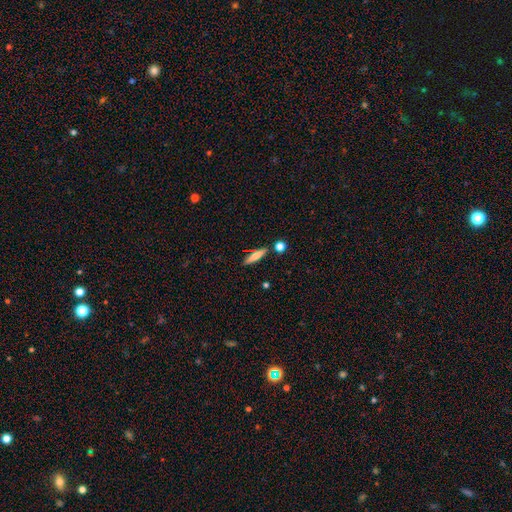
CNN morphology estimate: Smooth or featured: smooth — 66% (featured or disk — 27%)
How rounded: cigar-shaped — 79% (in between — 18%)
Merging: none — 83% (minor disturbance — 9%)